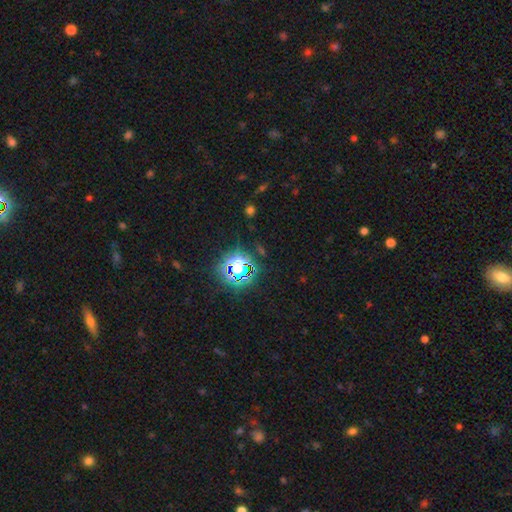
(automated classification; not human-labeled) Q: Smooth or featured?
A: star or artifact (78%); runner-up: smooth (15%)